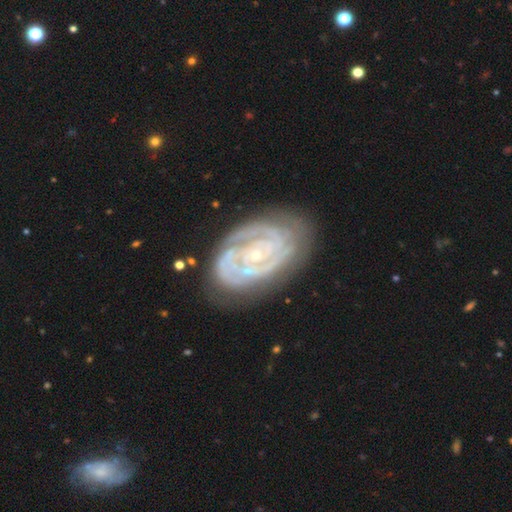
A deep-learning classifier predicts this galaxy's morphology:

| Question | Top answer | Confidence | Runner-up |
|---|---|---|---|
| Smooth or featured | featured or disk | 89% | smooth (6%) |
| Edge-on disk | no | 97% | yes (3%) |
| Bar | no | 65% | weak (25%) |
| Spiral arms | yes | 97% | no (3%) |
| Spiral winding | tight | 76% | medium (21%) |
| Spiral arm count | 2 | 43% | 3 (20%) |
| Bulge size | small | 81% | moderate (15%) |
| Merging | none | 73% | minor disturbance (19%) |